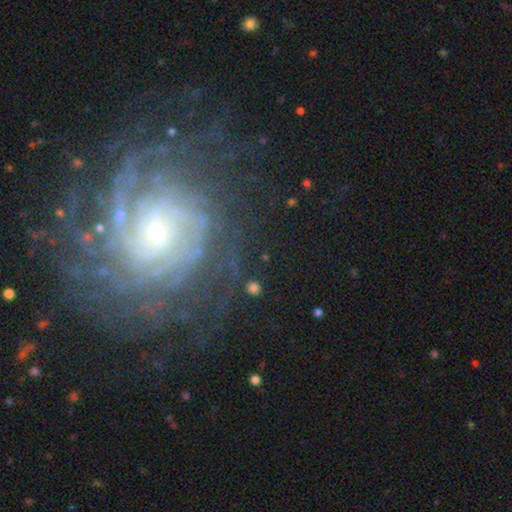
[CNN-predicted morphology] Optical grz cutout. It shows a featured or disk galaxy (82%) with no bar (70%), tight (74%) spiral arms (96%) and a small central bulge (69%). Merging: none (74%).